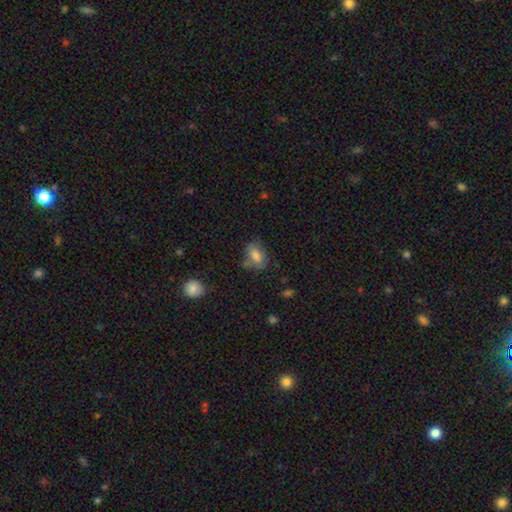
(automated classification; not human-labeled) Overall: smooth (79%). How rounded: in between (84%). Merging: none (65%).